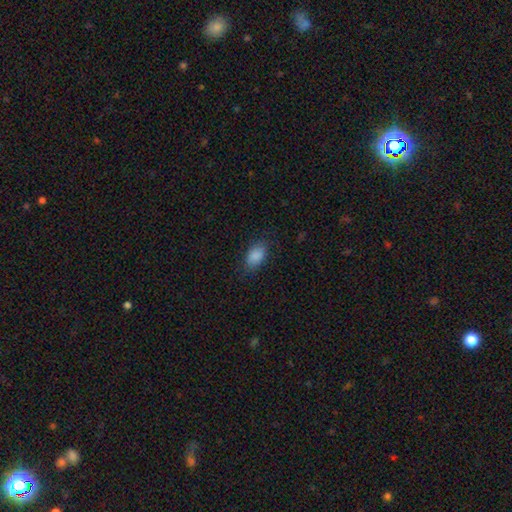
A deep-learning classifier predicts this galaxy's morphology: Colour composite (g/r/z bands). It shows a smooth galaxy with no disk features (87%) that is in between round and cigar-shaped (89%). Merging: none (78%).